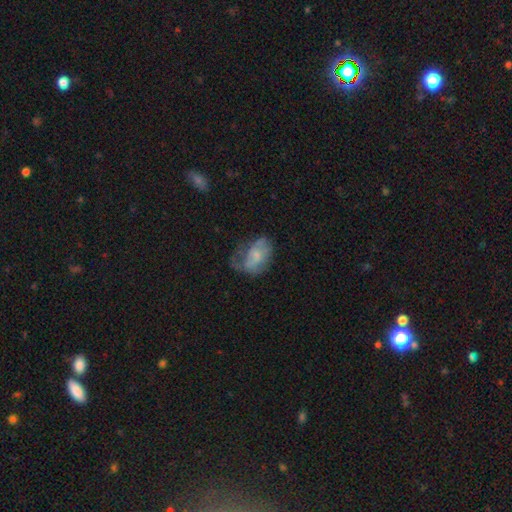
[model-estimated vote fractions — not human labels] Morphology: type=smooth (47%); merging=major disturbance (34%).